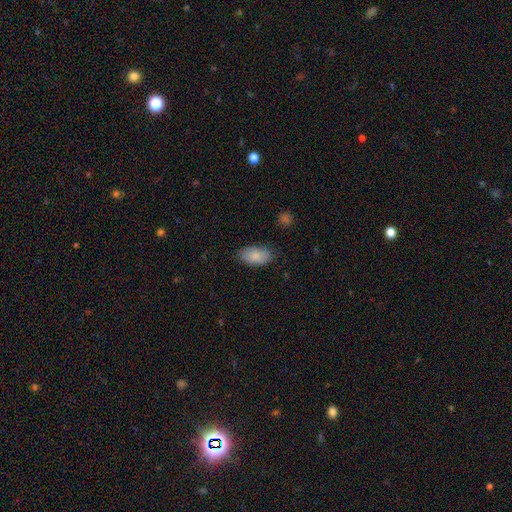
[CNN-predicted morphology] smooth 84%, featured or disk 9%, star or artifact 7%. Down the decision tree: how rounded — in between (94%); merging — none (81%).